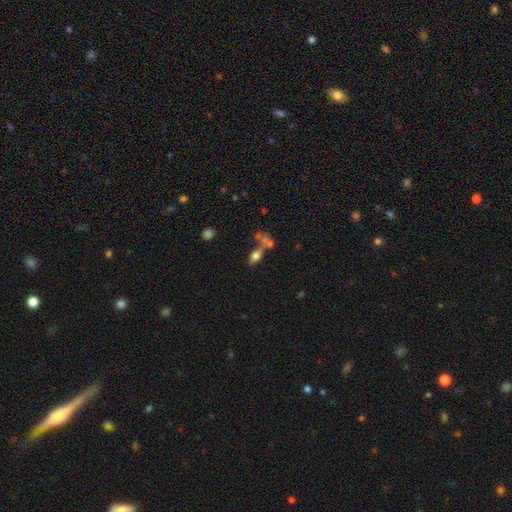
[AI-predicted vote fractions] Smooth or featured?
  - smooth: 70% *
  - featured or disk: 17%
  - star or artifact: 13%
How rounded?
  - in between: 83% *
  - round: 12%
  - cigar-shaped: 6%
Merging?
  - none: 42% *
  - merger: 37%
  - minor disturbance: 12%
  - major disturbance: 8%